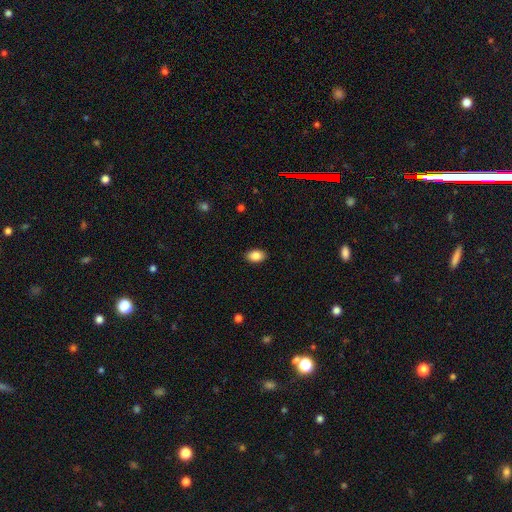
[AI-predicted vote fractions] A smooth galaxy with no disk features (87%) that is in between round and cigar-shaped (88%).

Vote fractions:
- Smooth or featured? smooth: 87% / star or artifact: 8% / featured or disk: 5%
- How rounded? in between: 88% / round: 11% / cigar-shaped: 1%
- Merging? none: 89% / minor disturbance: 8% / major disturbance: 2% / merger: 1%